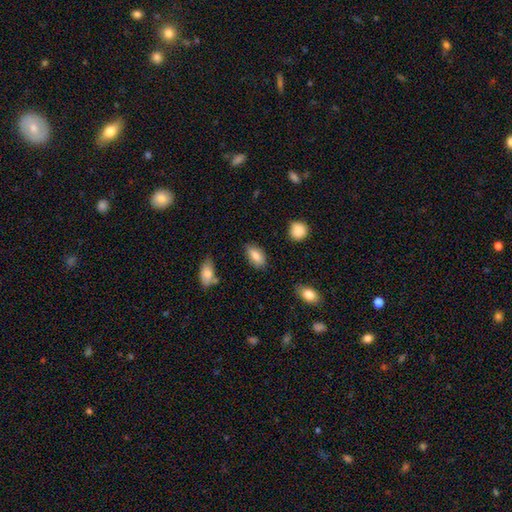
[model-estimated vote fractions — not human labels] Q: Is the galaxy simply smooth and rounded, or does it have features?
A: smooth — 80%.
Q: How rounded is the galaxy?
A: in between — 87%.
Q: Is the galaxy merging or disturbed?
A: none — 79%.